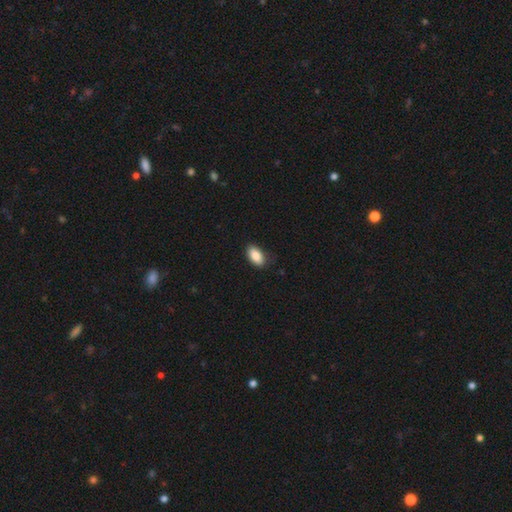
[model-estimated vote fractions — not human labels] Smooth or featured?
  - smooth: 87% *
  - star or artifact: 7%
  - featured or disk: 6%
How rounded?
  - in between: 92% *
  - cigar-shaped: 4%
  - round: 4%
Merging?
  - none: 81% *
  - minor disturbance: 15%
  - major disturbance: 3%
  - merger: 1%